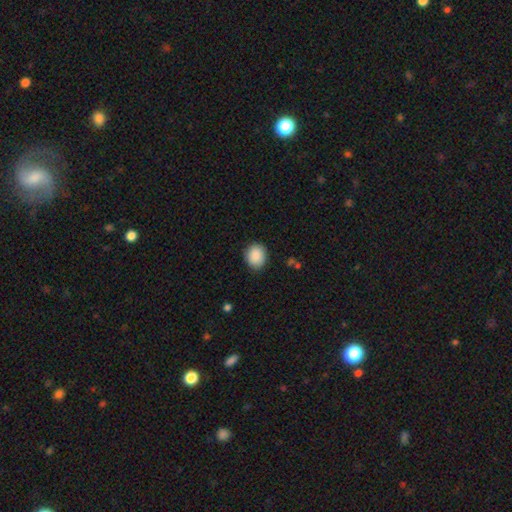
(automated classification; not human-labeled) This appears to be a smooth galaxy with no disk features (89%) that is round (65%). Merging: none (86%).